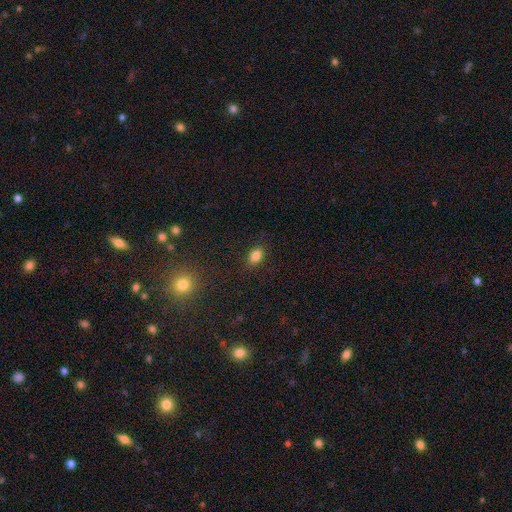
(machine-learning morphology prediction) The model was most divided on "how rounded": in between: 77%, round: 21%, cigar-shaped: 2%. More confident: merging — none (86%); smooth or featured — smooth (84%).